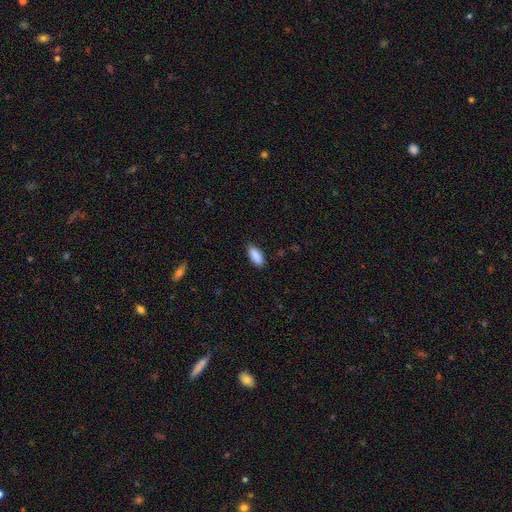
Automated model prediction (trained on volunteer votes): This appears to be a smooth galaxy with no disk features (89%) that is in between round and cigar-shaped (88%). Merging: none (84%).